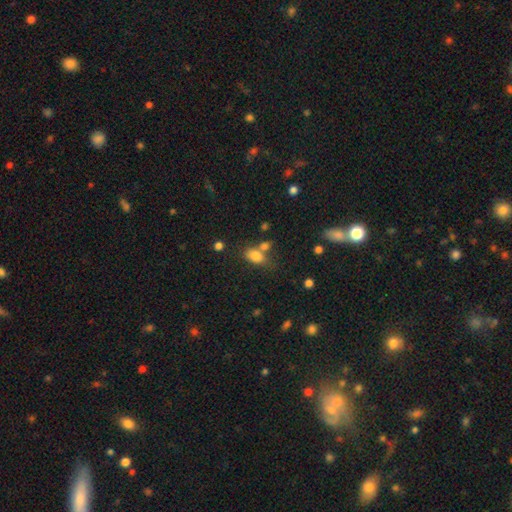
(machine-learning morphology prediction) Smooth or featured?
  - smooth: 81% *
  - star or artifact: 11%
  - featured or disk: 8%
How rounded?
  - in between: 85% *
  - round: 12%
  - cigar-shaped: 4%
Merging?
  - none: 52% *
  - merger: 26%
  - minor disturbance: 15%
  - major disturbance: 7%